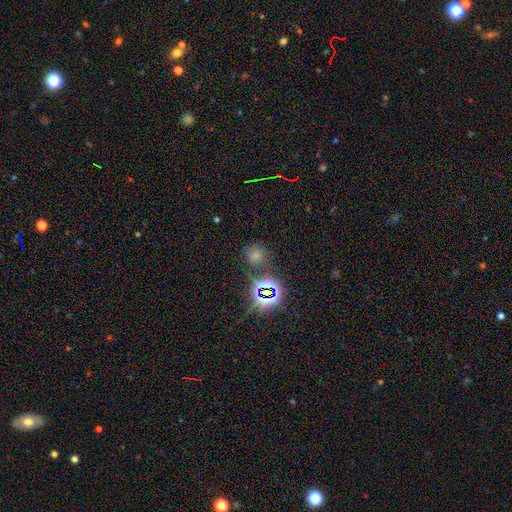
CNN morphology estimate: Smooth or featured: smooth — 55% (star or artifact — 38%)
How rounded: round — 87% (in between — 11%)
Merging: none — 77% (minor disturbance — 12%)